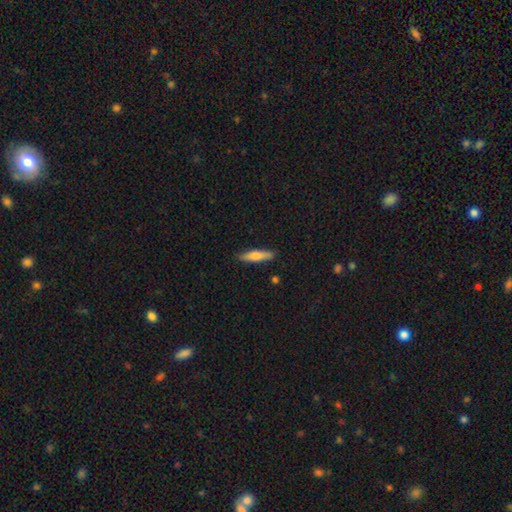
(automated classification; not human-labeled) Smooth or featured: smooth — 66% (featured or disk — 28%)
How rounded: cigar-shaped — 81% (in between — 17%)
Merging: none — 88% (minor disturbance — 9%)